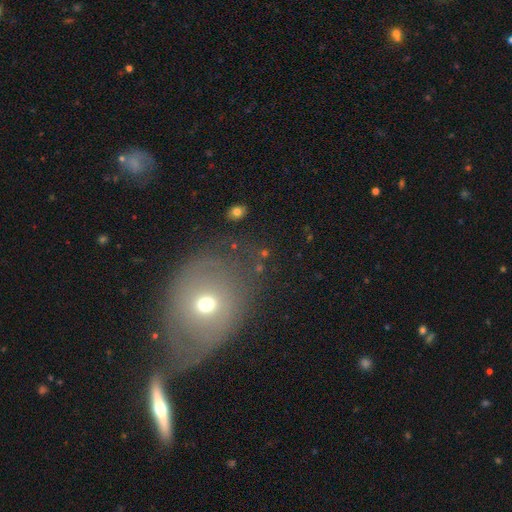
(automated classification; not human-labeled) This appears to be a smooth galaxy with no disk features (46%). Merging: none (59%).